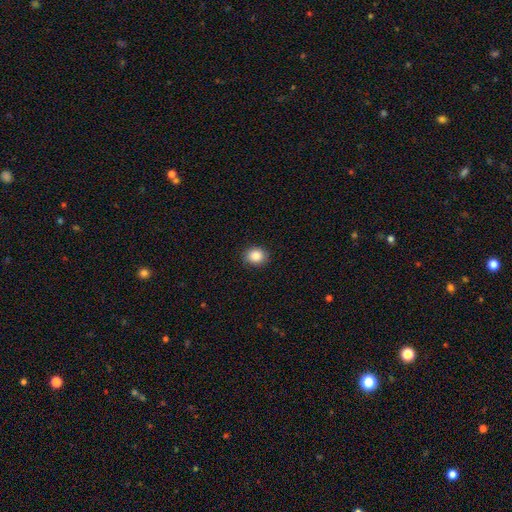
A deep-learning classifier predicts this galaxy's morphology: The model was most divided on "how rounded": round: 72%, in between: 27%, cigar-shaped: 1%. More confident: merging — none (88%); smooth or featured — smooth (87%).